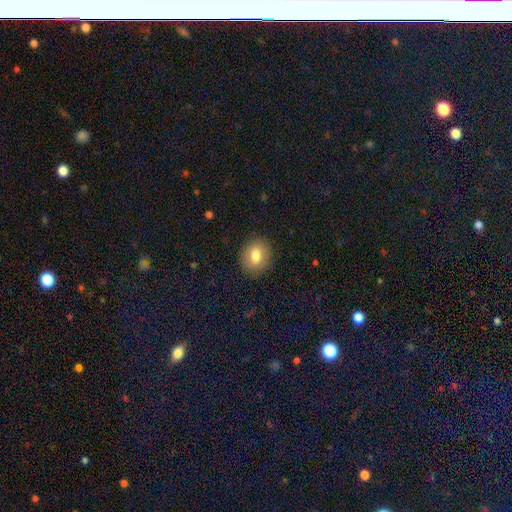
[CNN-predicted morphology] A smooth galaxy with no disk features (77%) that is round (52%).

Vote fractions:
- Smooth or featured? smooth: 77% / featured or disk: 14% / star or artifact: 8%
- How rounded? round: 52% / in between: 47% / cigar-shaped: 1%
- Merging? none: 87% / minor disturbance: 9% / major disturbance: 3% / merger: 1%